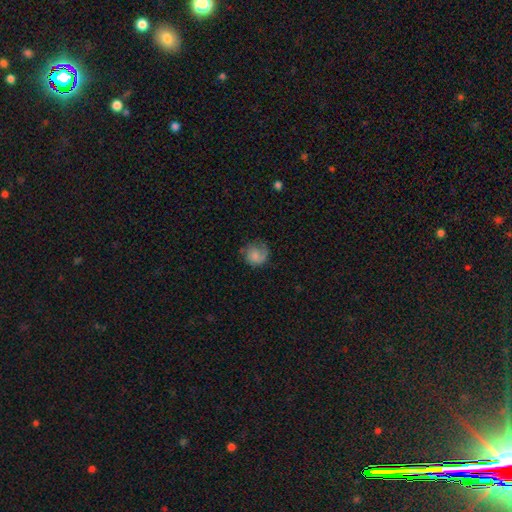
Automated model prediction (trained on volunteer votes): This appears to be a smooth galaxy with no disk features (64%) that is round (82%). Merging: none (56%).